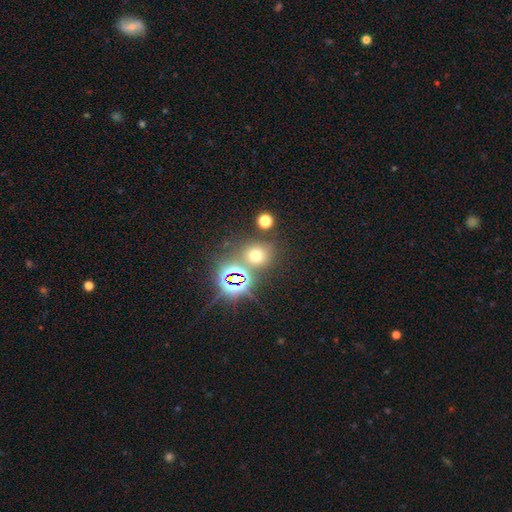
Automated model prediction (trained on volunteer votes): Q: Smooth or featured?
A: smooth (56%); runner-up: star or artifact (35%)
Q: How rounded?
A: round (78%); runner-up: in between (21%)
Q: Merging?
A: none (74%); runner-up: merger (12%)